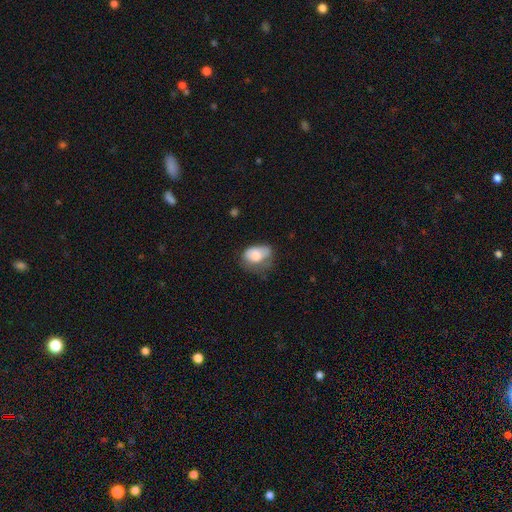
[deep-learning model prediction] Q: Smooth or featured?
A: smooth (71%); runner-up: featured or disk (21%)
Q: How rounded?
A: in between (78%); runner-up: round (21%)
Q: Merging?
A: minor disturbance (38%); runner-up: none (30%)